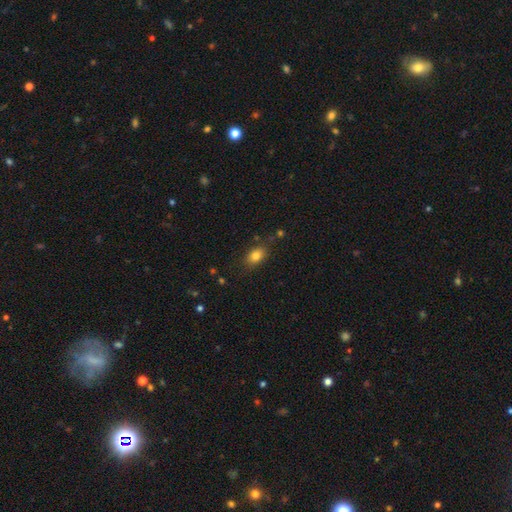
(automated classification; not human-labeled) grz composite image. It shows a smooth galaxy with no disk features (81%) that is in between round and cigar-shaped (80%). Merging: none (80%).